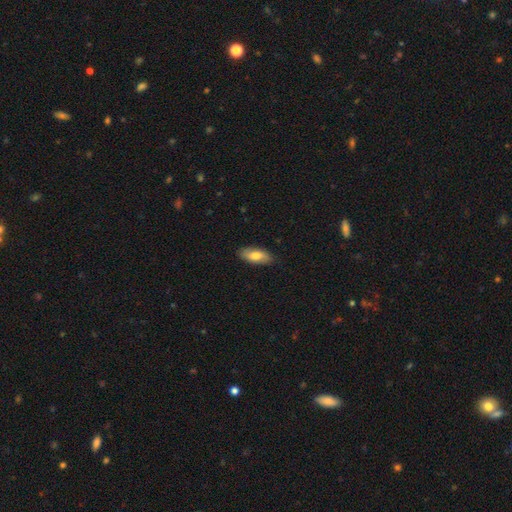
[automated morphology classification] smooth 71%, featured or disk 23%, star or artifact 6%. Down the decision tree: how rounded — in between (85%); merging — none (86%).